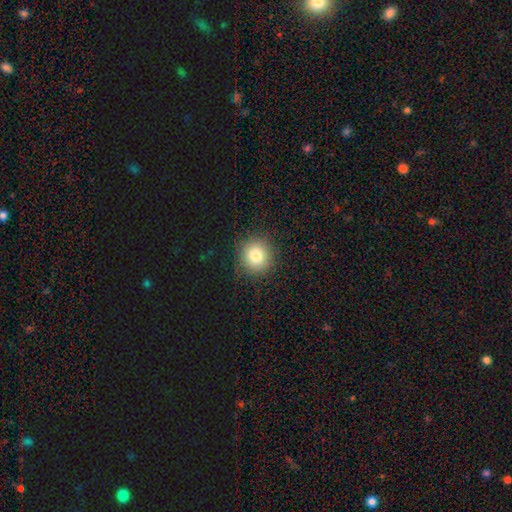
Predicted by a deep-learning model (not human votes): A smooth galaxy with no disk features (80%) that is round (91%). Merging: none (89%).